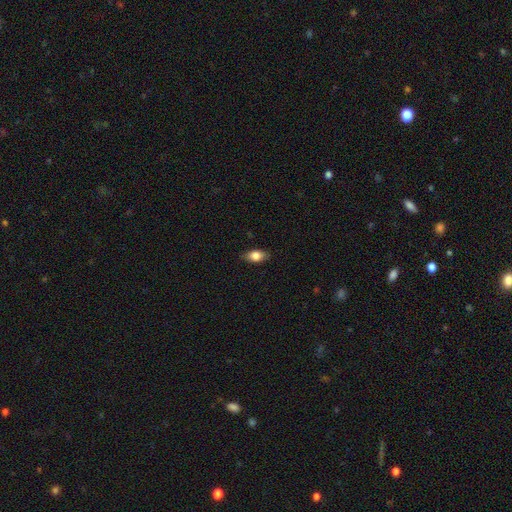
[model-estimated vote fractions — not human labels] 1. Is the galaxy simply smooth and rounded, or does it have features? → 78% smooth, 14% featured or disk, 8% star or artifact.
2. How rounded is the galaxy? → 85% in between, 9% round, 6% cigar-shaped.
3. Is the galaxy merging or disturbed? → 83% none, 13% minor disturbance, 2% major disturbance, 1% merger.